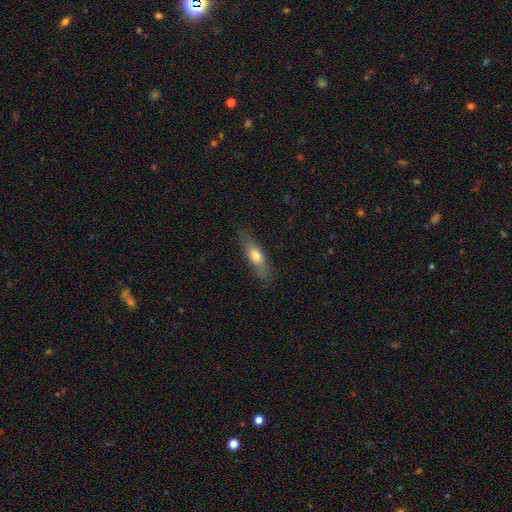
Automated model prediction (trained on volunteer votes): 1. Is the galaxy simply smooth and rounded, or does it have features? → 65% smooth, 29% featured or disk, 7% star or artifact.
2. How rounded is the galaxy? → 50% in between, 47% cigar-shaped, 3% round.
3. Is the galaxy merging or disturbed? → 73% none, 20% minor disturbance, 6% major disturbance, 1% merger.